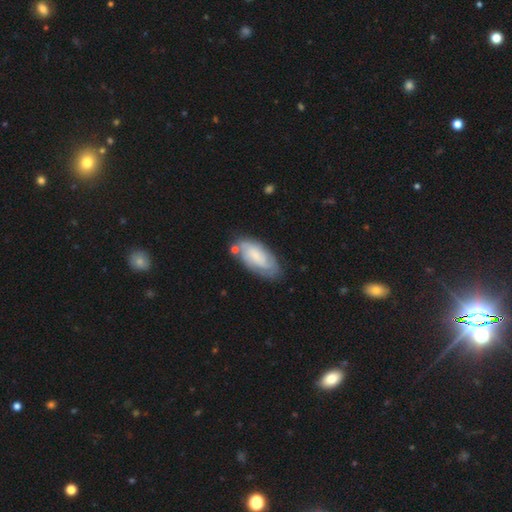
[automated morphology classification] A featured or disk galaxy (51%). Merging: none (68%).